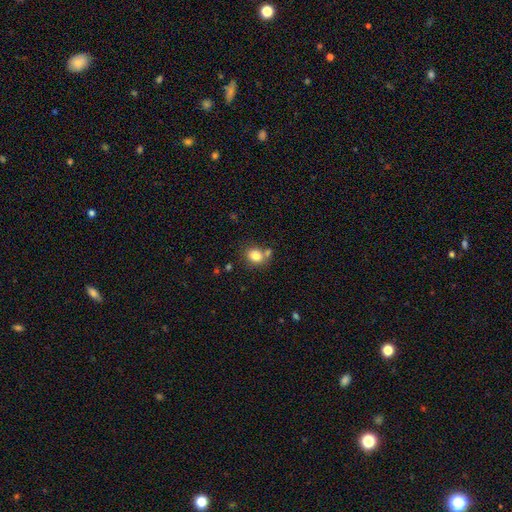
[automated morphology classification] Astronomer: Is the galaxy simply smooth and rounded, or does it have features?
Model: smooth — 81%.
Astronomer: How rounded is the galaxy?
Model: round — 57% (runner-up: in between, 42%).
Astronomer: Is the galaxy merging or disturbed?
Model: none — 62%.